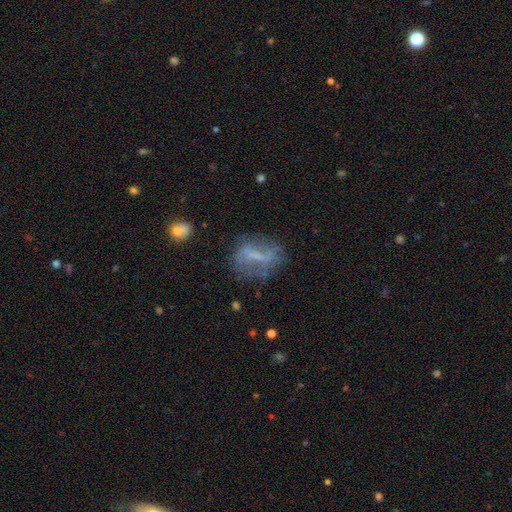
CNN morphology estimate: Smooth or featured?
  - featured or disk: 60% *
  - smooth: 29%
  - star or artifact: 11%
Edge-on disk?
  - no: 93% *
  - yes: 7%
Bar?
  - weak: 40% *
  - strong: 39%
  - no: 21%
Spiral arms?
  - yes: 61% *
  - no: 39%
Bulge size?
  - none: 43% *
  - small: 35%
  - moderate: 18%
  - large: 3%
  - dominant: 1%
Merging?
  - none: 60% *
  - minor disturbance: 21%
  - major disturbance: 15%
  - merger: 3%